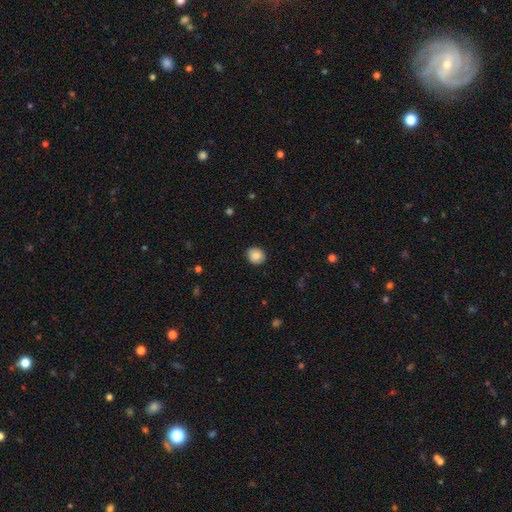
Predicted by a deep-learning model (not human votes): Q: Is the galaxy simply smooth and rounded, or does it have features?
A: smooth — 85%.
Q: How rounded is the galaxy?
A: round — 78%.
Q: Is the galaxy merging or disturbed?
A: none — 89%.